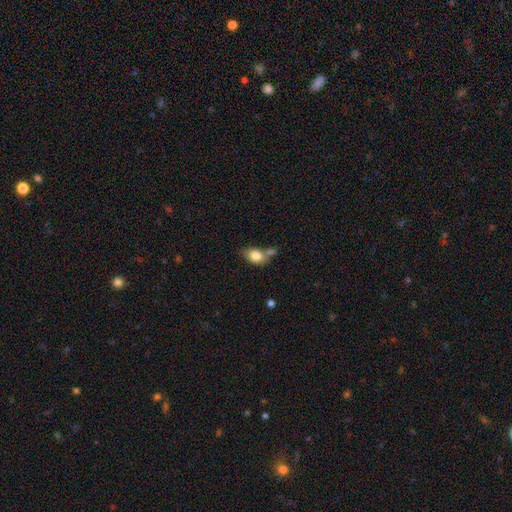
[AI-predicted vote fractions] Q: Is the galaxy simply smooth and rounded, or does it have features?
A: smooth — 80%.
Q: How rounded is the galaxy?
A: in between — 73%.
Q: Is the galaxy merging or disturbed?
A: none — 46%.